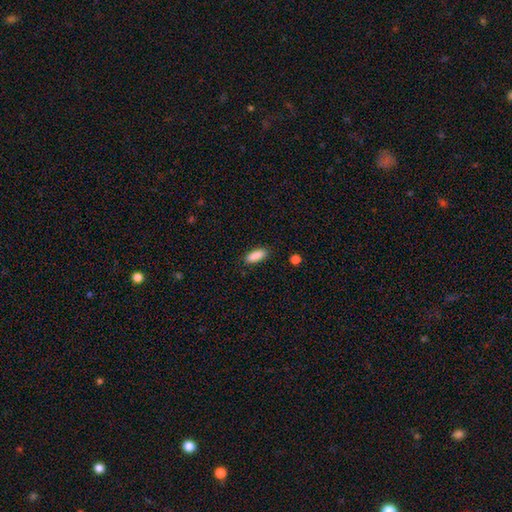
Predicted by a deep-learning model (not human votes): Smooth or featured? smooth (89%)
How rounded? in between (72%)
Merging? none (86%)